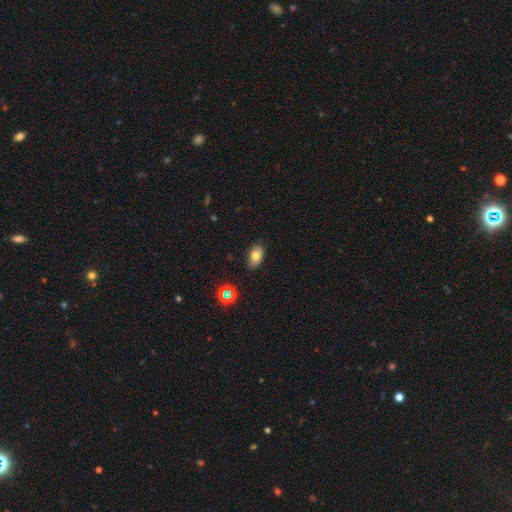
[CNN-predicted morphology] Smooth or featured?
  - smooth: 74% *
  - featured or disk: 14%
  - star or artifact: 12%
How rounded?
  - in between: 89% *
  - round: 8%
  - cigar-shaped: 3%
Merging?
  - none: 80% *
  - minor disturbance: 16%
  - major disturbance: 3%
  - merger: 2%